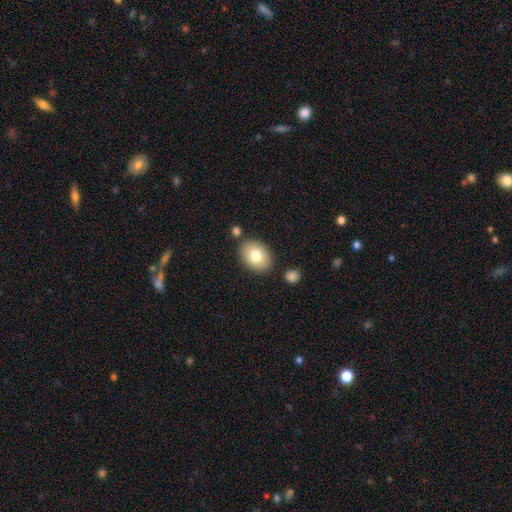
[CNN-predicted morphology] smooth_or_featured: smooth (p=0.79) [alt: featured or disk p=0.14]
how_rounded: in between (p=0.72) [alt: round p=0.27]
merging: none (p=0.82) [alt: minor disturbance p=0.11]